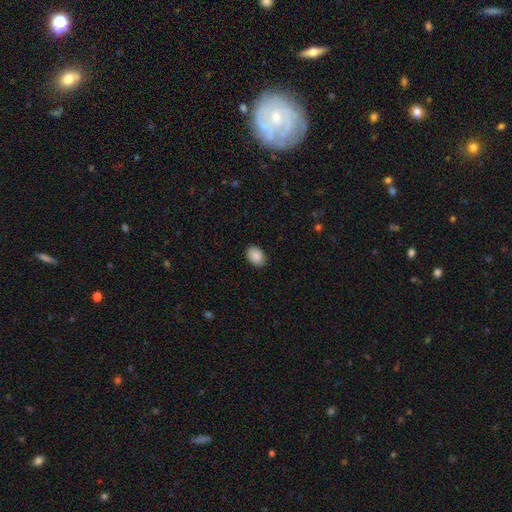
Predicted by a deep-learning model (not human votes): Smooth or featured? smooth (89%)
How rounded? in between (77%)
Merging? none (88%)